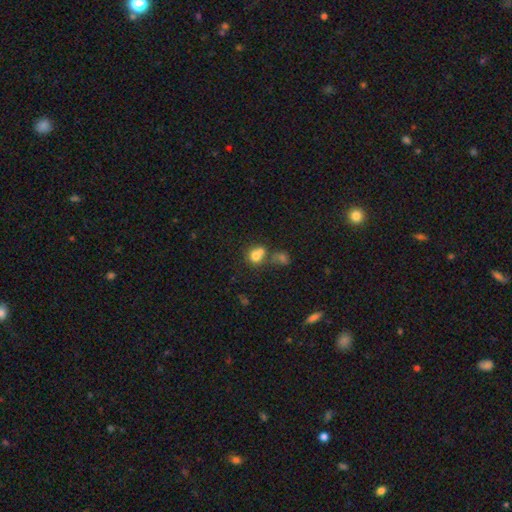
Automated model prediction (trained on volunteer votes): smooth 74%, featured or disk 14%, star or artifact 12%. Down the decision tree: how rounded — round (74%); merging — merger (54%).